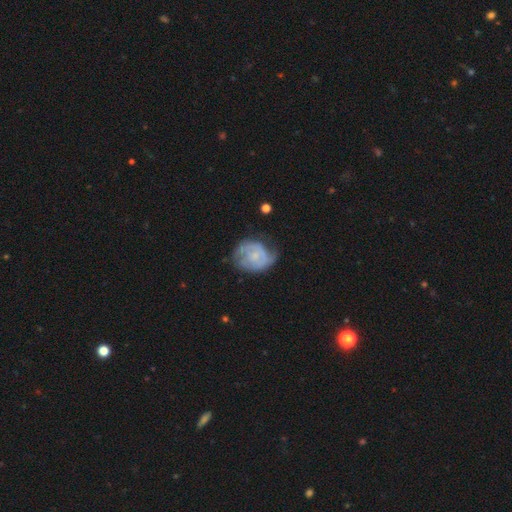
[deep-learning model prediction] smooth-or-featured: featured or disk: 70% | smooth: 24% | star or artifact: 6%
  disk-edge-on: no: 98% | yes: 2%
    bar: no: 73% | weak: 24% | strong: 4%
    has-spiral-arms: yes: 83% | no: 17%
      spiral-winding: tight: 52% | medium: 35% | loose: 13%
      spiral-arm-count: 2: 44% | can't tell: 33% | 3: 11% | 1: 6% | 4: 3% | more than 4: 3%
    bulge-size: small: 64% | moderate: 19% | none: 13% | large: 2% | dominant: 1%
  merging: none: 52% | minor disturbance: 30% | major disturbance: 16% | merger: 2%